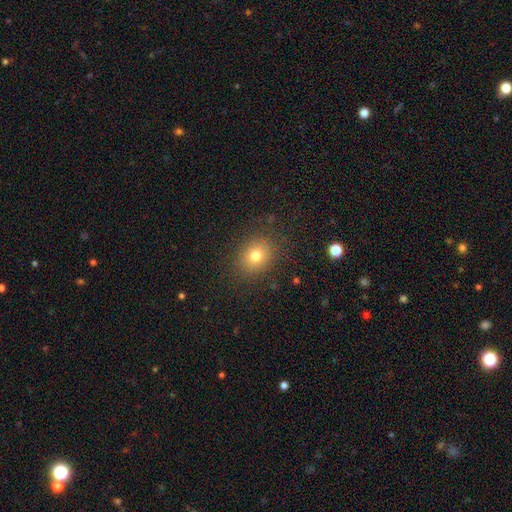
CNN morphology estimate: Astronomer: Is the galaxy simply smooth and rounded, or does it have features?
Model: smooth — 76%.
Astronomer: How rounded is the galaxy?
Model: round — 64%.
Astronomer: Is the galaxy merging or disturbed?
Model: none — 86%.